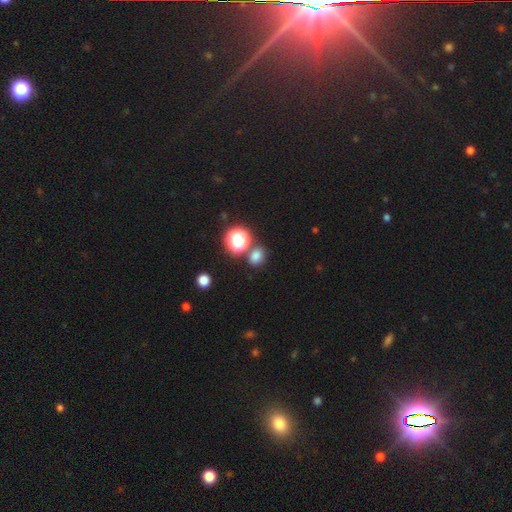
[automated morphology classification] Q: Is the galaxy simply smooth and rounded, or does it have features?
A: smooth — 75%.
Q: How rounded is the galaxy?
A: round — 56%.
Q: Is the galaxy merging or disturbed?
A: none — 73%.